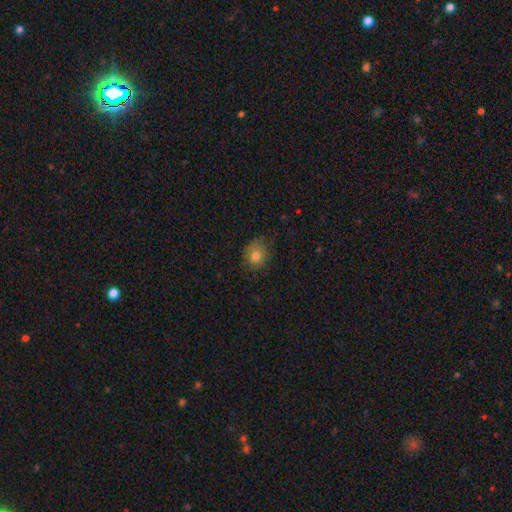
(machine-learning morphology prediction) A smooth galaxy with no disk features (76%) that is round (69%).

Vote fractions:
- Smooth or featured? smooth: 76% / featured or disk: 13% / star or artifact: 11%
- How rounded? round: 69% / in between: 30% / cigar-shaped: 1%
- Merging? none: 71% / minor disturbance: 22% / major disturbance: 6% / merger: 1%